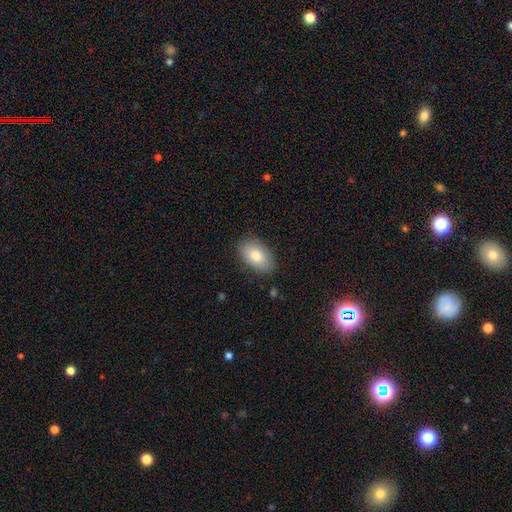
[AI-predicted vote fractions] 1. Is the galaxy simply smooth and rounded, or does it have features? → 80% smooth, 13% featured or disk, 7% star or artifact.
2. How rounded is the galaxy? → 93% in between, 5% round, 2% cigar-shaped.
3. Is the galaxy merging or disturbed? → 85% none, 11% minor disturbance, 2% major disturbance, 1% merger.